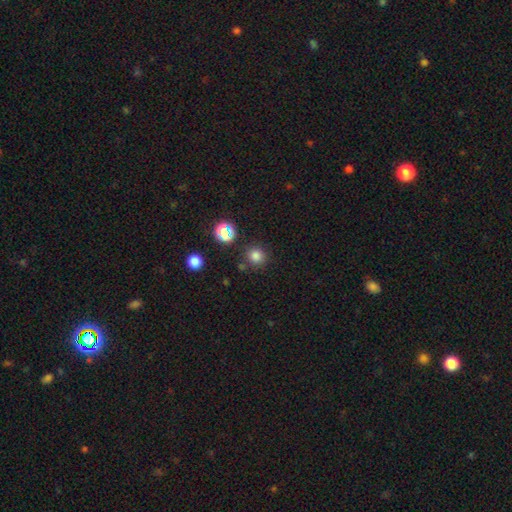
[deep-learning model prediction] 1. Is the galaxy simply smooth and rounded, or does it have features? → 76% smooth, 19% star or artifact, 5% featured or disk.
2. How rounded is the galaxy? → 91% round, 8% in between, 1% cigar-shaped.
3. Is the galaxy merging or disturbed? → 83% none, 9% minor disturbance, 5% merger, 3% major disturbance.